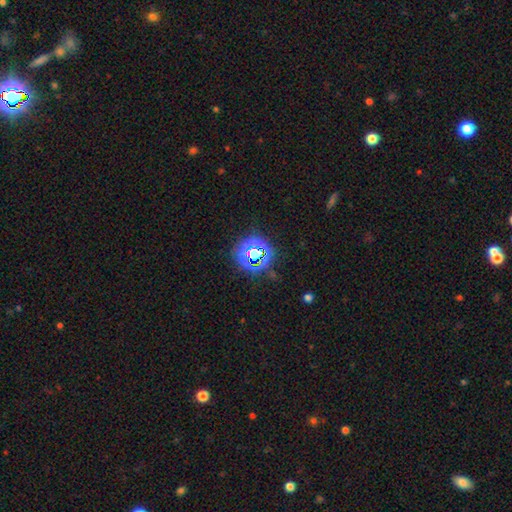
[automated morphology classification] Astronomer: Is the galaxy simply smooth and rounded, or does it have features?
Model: star or artifact — 70%.